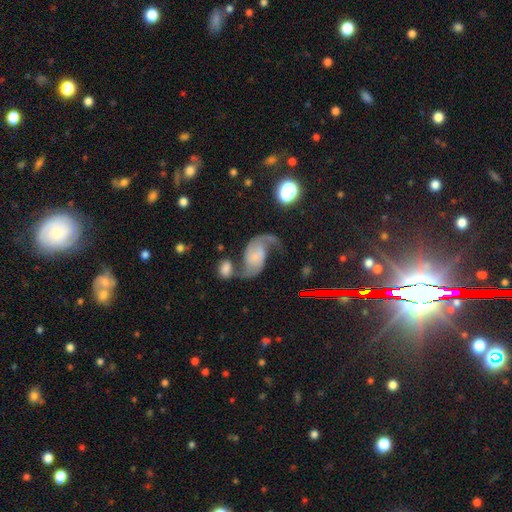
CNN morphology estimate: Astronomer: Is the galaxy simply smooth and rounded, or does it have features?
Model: featured or disk — 85%.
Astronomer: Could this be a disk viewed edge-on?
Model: no — 98%.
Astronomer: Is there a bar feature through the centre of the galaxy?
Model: no — 59%.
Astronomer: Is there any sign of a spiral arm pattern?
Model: yes — 96%.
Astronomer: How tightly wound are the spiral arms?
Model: loose — 69%.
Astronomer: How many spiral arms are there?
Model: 2 — 93%.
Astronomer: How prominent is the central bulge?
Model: none — 42% (runner-up: small, 35%).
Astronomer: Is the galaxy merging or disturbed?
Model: none — 45% (runner-up: merger, 25%).